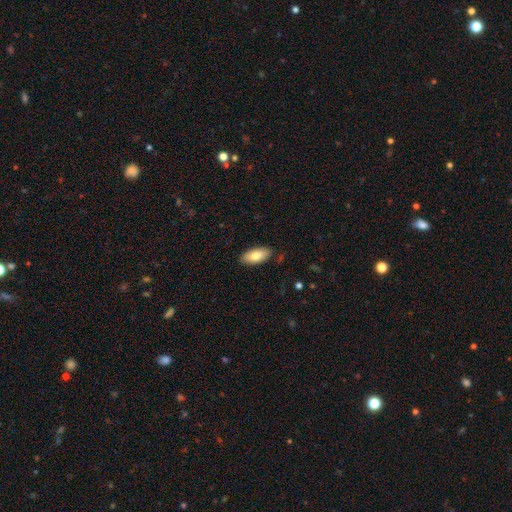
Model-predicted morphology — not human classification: Overall: smooth (80%). How rounded: in between (90%). Merging: none (86%).